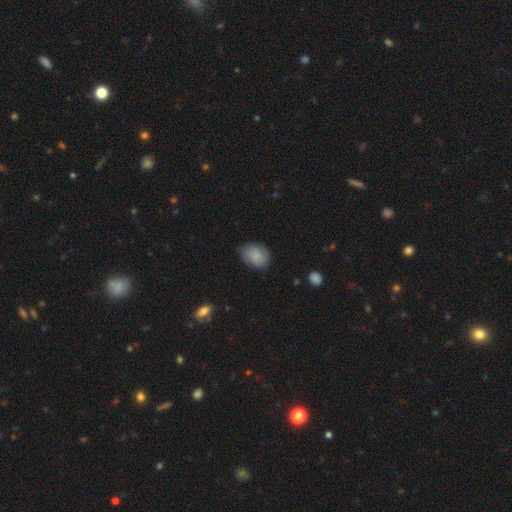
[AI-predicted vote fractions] A smooth galaxy with no disk features (76%) that is in between round and cigar-shaped (68%). Merging: none (72%).